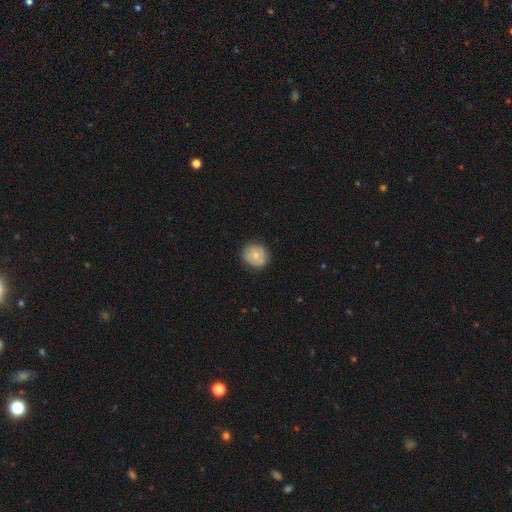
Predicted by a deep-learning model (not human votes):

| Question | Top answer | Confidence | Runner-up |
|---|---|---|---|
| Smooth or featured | smooth | 67% | featured or disk (25%) |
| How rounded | round | 82% | in between (17%) |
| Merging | none | 79% | minor disturbance (16%) |